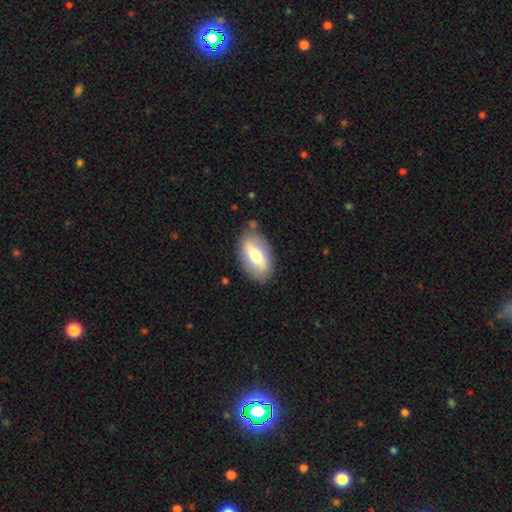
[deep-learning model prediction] A smooth galaxy with no disk features (55%) that is in between round and cigar-shaped (89%).

Vote fractions:
- Smooth or featured? smooth: 55% / featured or disk: 39% / star or artifact: 6%
- How rounded? in between: 89% / round: 6% / cigar-shaped: 5%
- Merging? none: 82% / minor disturbance: 12% / major disturbance: 4% / merger: 3%